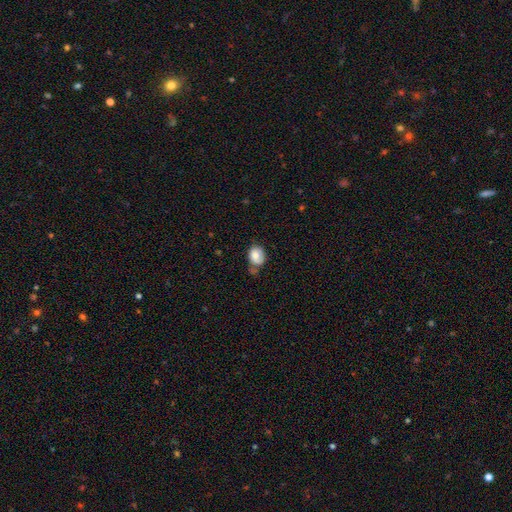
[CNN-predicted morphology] Smooth or featured? smooth (79%)
How rounded? in between (56%)
Merging? none (47%)